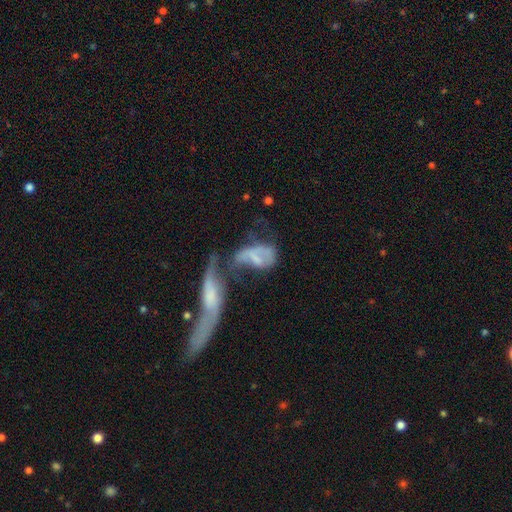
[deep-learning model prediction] Overall: featured or disk (51%; smooth 39%). Edge-on disk: no (87%). Merging: merger (57%; major disturbance 22%).